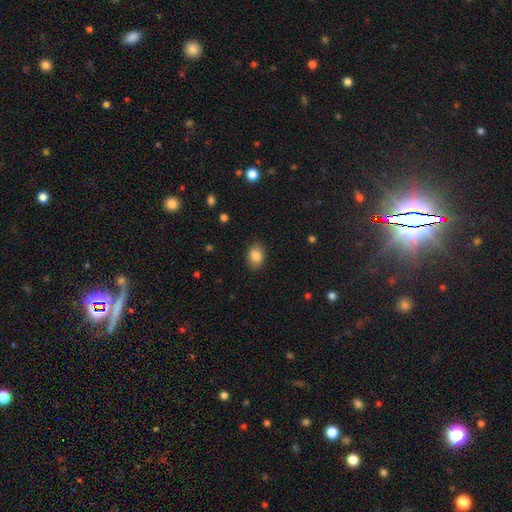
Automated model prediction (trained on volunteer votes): Smooth or featured? Predicted: smooth (p=0.85). How rounded? Predicted: in between (p=0.76). Merging? Predicted: none (p=0.87).